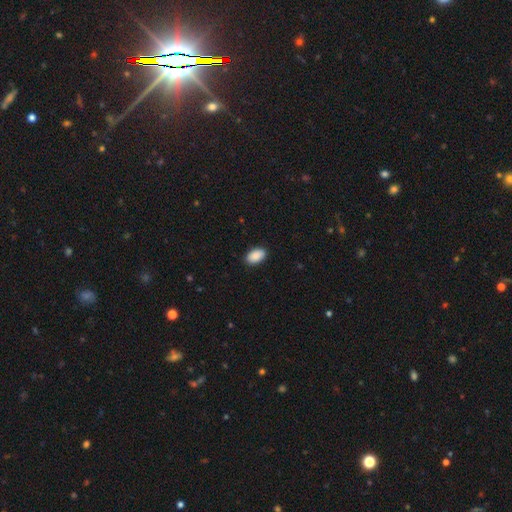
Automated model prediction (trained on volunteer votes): This appears to be a smooth galaxy with no disk features (90%) that is in between round and cigar-shaped (94%). Merging: none (89%).